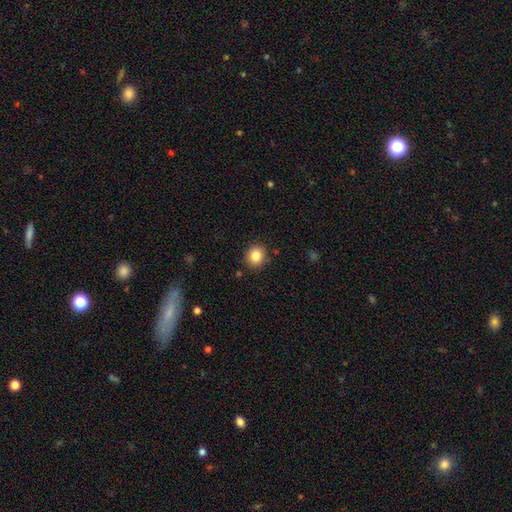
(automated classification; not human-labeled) Smooth or featured?
  - smooth: 85% *
  - star or artifact: 10%
  - featured or disk: 5%
How rounded?
  - round: 86% *
  - in between: 13%
  - cigar-shaped: 1%
Merging?
  - none: 88% *
  - minor disturbance: 8%
  - major disturbance: 2%
  - merger: 2%